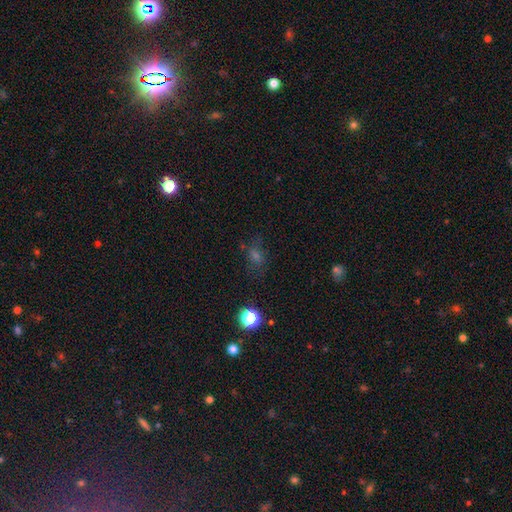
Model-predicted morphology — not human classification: Smooth or featured? Predicted: smooth (p=0.46). Merging? Predicted: none (p=0.70).